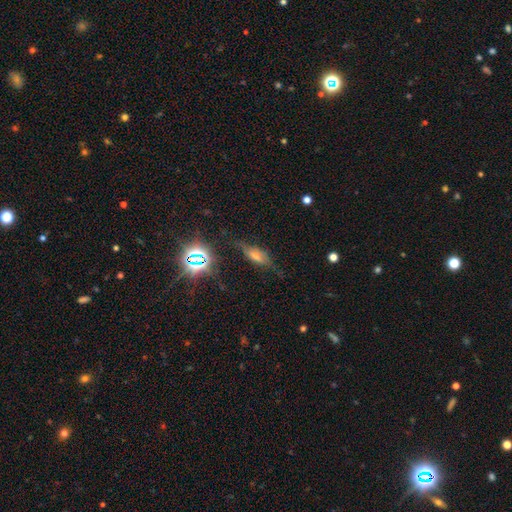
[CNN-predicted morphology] The model was most divided on "smooth or featured": featured or disk: 41%, smooth: 31%, star or artifact: 28%. More confident: merging — none (70%).